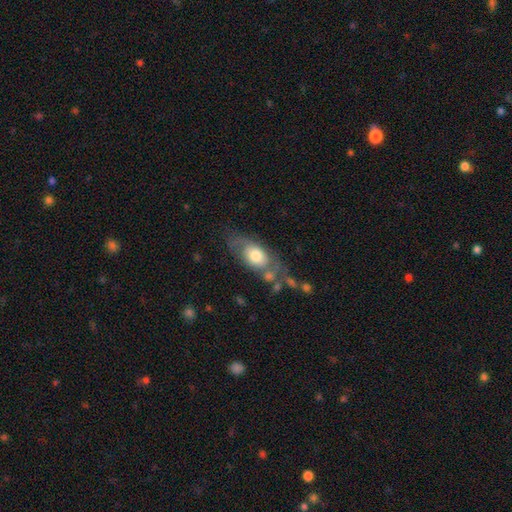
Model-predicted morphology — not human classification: A smooth galaxy with no disk features (58%) that is in between round and cigar-shaped (83%). Merging: none (46%).